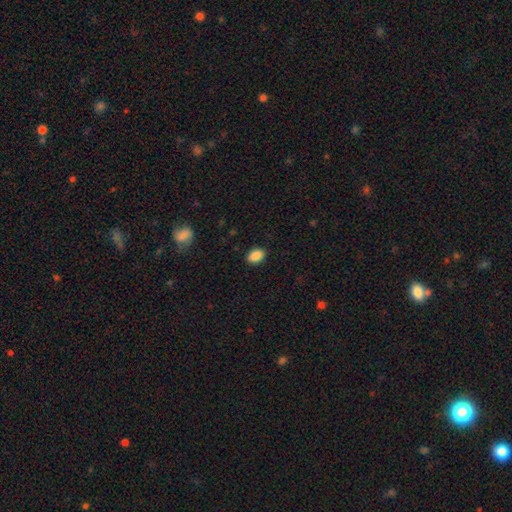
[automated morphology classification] smooth-or-featured: smooth: 88% | star or artifact: 8% | featured or disk: 4%
  how-rounded: in between: 84% | round: 15% | cigar-shaped: 1%
  merging: none: 89% | minor disturbance: 8% | major disturbance: 2% | merger: 1%